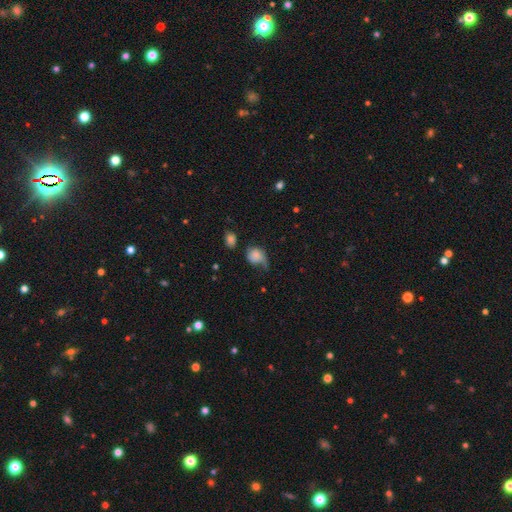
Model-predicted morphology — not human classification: Q: Smooth or featured?
A: smooth (65%); runner-up: featured or disk (25%)
Q: How rounded?
A: round (61%); runner-up: in between (37%)
Q: Merging?
A: major disturbance (34%); runner-up: minor disturbance (33%)